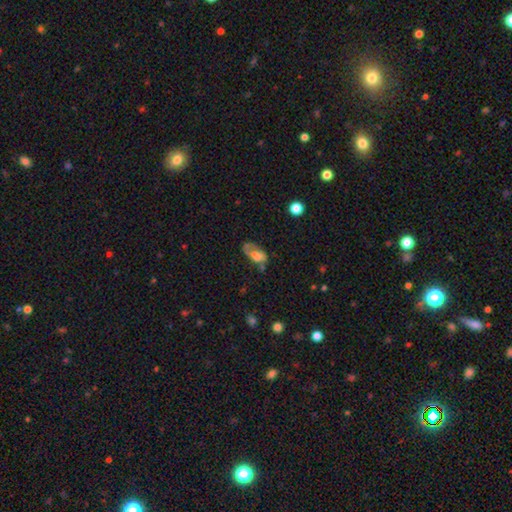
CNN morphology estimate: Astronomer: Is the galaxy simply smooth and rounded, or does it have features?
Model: smooth — 45% (runner-up: featured or disk, 43%).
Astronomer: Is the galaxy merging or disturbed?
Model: none — 35% (runner-up: major disturbance, 31%).